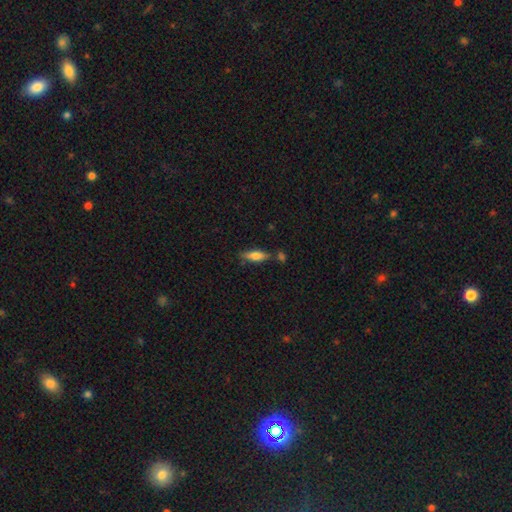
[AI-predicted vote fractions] Smooth or featured? Predicted: smooth (p=0.70). How rounded? Predicted: in between (p=0.49). Merging? Predicted: none (p=0.67).